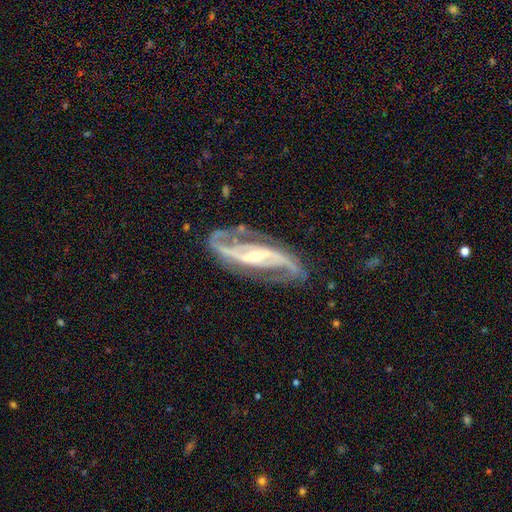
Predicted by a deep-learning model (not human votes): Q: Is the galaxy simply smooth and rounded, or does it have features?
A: featured or disk — 92%.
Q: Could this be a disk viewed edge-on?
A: no — 94%.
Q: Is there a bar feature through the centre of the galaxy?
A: strong — 49%.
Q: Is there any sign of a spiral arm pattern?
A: yes — 98%.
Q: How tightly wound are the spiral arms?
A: medium — 54%.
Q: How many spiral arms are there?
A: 2 — 91%.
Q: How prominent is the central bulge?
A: small — 61%.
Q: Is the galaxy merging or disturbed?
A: none — 78%.